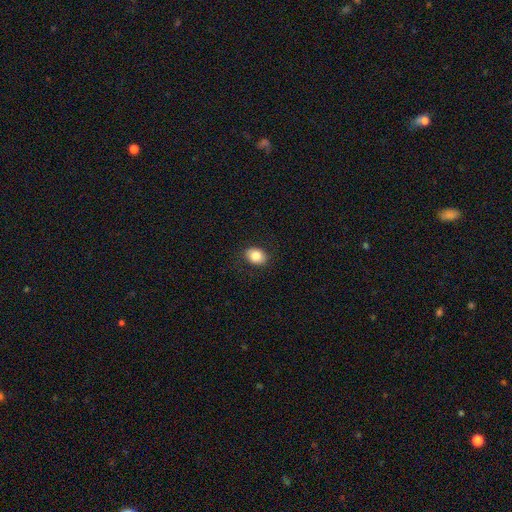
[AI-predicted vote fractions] Smooth or featured?
  - smooth: 85% *
  - star or artifact: 8%
  - featured or disk: 7%
How rounded?
  - in between: 63% *
  - round: 36%
  - cigar-shaped: 1%
Merging?
  - none: 86% *
  - minor disturbance: 10%
  - major disturbance: 3%
  - merger: 1%